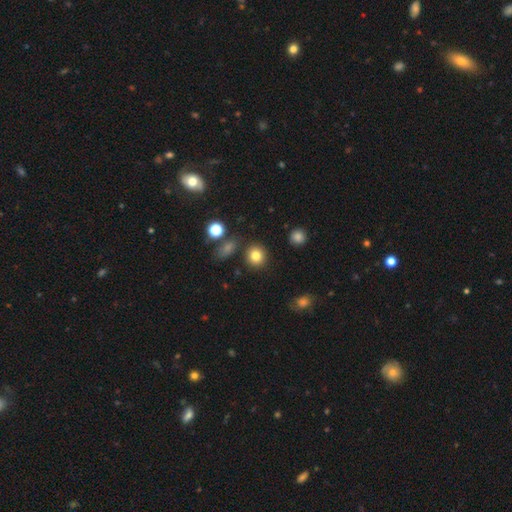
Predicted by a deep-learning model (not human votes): The model was most divided on "smooth or featured": smooth: 82%, star or artifact: 12%, featured or disk: 6%. More confident: how rounded — round (86%); merging — none (86%).